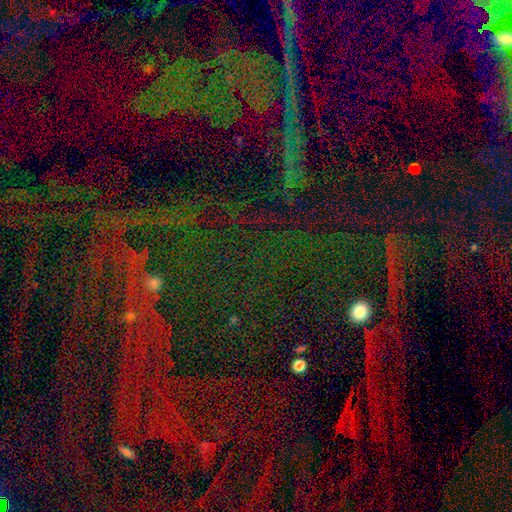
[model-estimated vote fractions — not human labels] Morphology: type=star or artifact (77%).